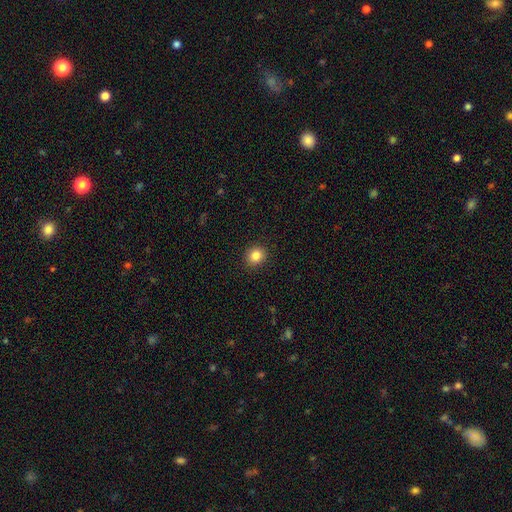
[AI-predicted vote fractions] This appears to be a smooth galaxy with no disk features (84%) that is round (76%). Merging: none (91%).